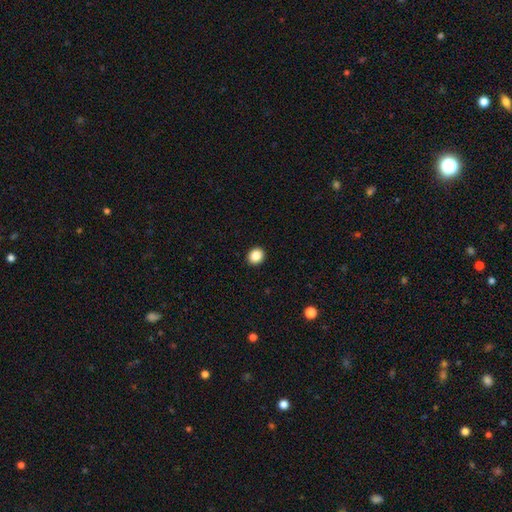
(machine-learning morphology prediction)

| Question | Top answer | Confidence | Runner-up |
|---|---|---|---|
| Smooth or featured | smooth | 86% | star or artifact (10%) |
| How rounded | round | 76% | in between (23%) |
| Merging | none | 93% | minor disturbance (5%) |